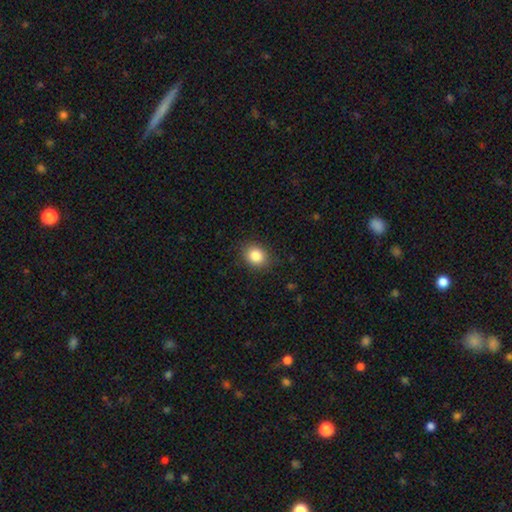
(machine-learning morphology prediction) Overall: smooth (85%). How rounded: round (59%; in between 40%). Merging: none (87%).